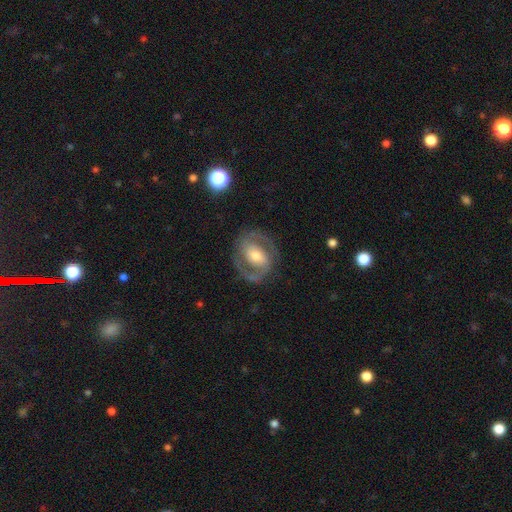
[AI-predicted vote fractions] Q: Smooth or featured?
A: featured or disk (83%); runner-up: smooth (12%)
Q: Edge-on disk?
A: no (97%); runner-up: yes (3%)
Q: Bar?
A: weak (40%); runner-up: strong (32%)
Q: Spiral arms?
A: yes (91%); runner-up: no (9%)
Q: Spiral winding?
A: medium (52%); runner-up: tight (35%)
Q: Spiral arm count?
A: 2 (90%); runner-up: can't tell (5%)
Q: Bulge size?
A: moderate (61%); runner-up: small (25%)
Q: Merging?
A: none (80%); runner-up: minor disturbance (12%)